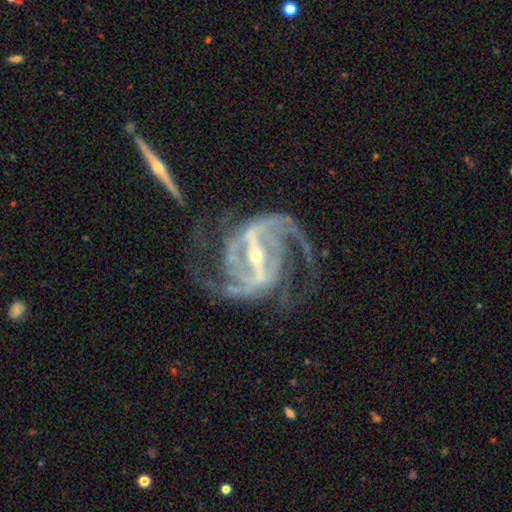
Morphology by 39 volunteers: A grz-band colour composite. It shows a featured or disk galaxy (95%) with a strong bar (78%), 2 (53%) medium (58%) spiral arms (100%) and a small central bulge (69%). Merging: none (69%).